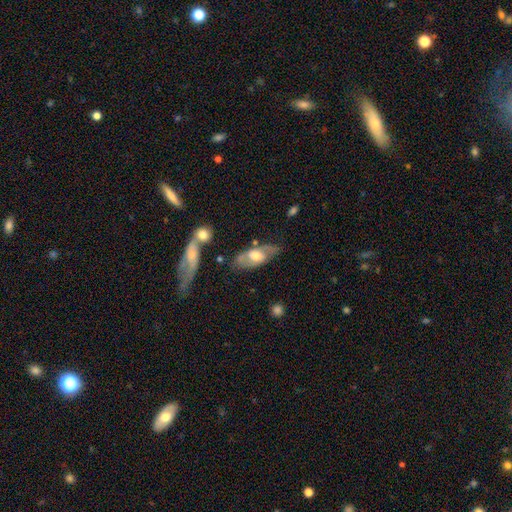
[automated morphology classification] Q: Smooth or featured?
A: featured or disk (55%); runner-up: smooth (39%)
Q: Edge-on disk?
A: no (78%); runner-up: yes (22%)
Q: Merging?
A: none (67%); runner-up: minor disturbance (20%)